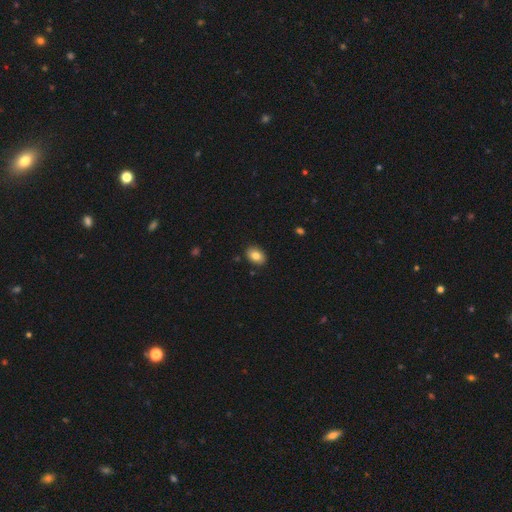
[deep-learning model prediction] This is clearly a smooth galaxy (83%). How rounded: likely in between (77%). Merging: clearly none (89%).